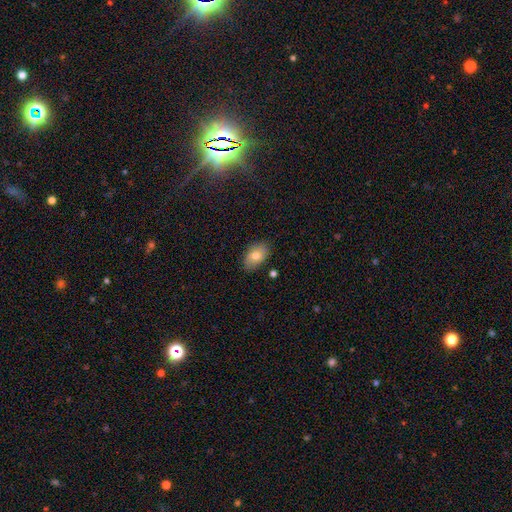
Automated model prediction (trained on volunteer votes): Smooth or featured? smooth (78%)
How rounded? in between (91%)
Merging? none (83%)